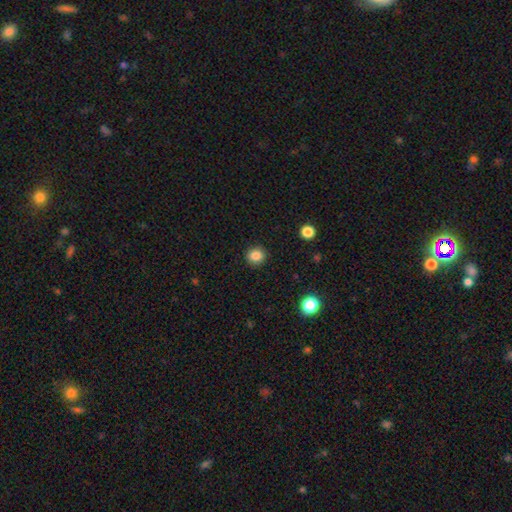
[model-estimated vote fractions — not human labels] This is clearly a smooth galaxy (85%). How rounded: clearly round (87%). Merging: clearly none (90%).